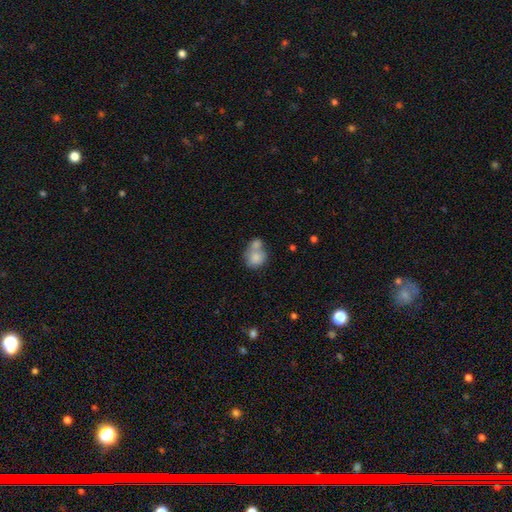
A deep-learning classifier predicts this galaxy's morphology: The model was most divided on "merging": merger: 58%, none: 28%, minor disturbance: 10%, major disturbance: 5%. More confident: smooth or featured — smooth (80%); how rounded — round (69%).